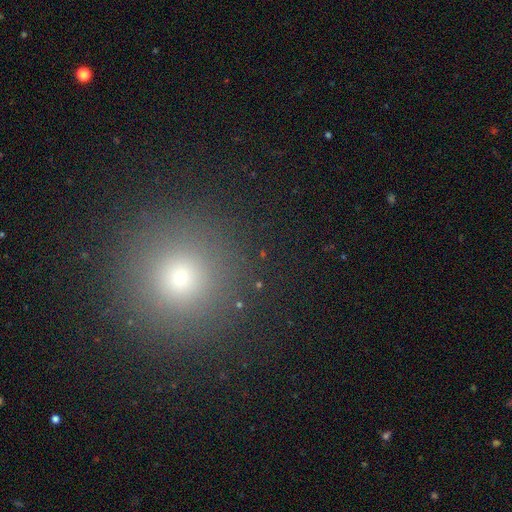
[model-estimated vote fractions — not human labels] This is likely a smooth galaxy (68%). How rounded: clearly round (95%). Merging: clearly none (91%).